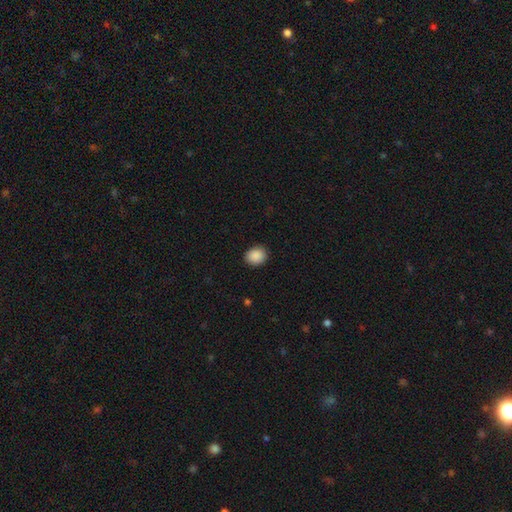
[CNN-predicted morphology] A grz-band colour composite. It shows a smooth galaxy with no disk features (90%) that is round (61%). Merging: none (88%).